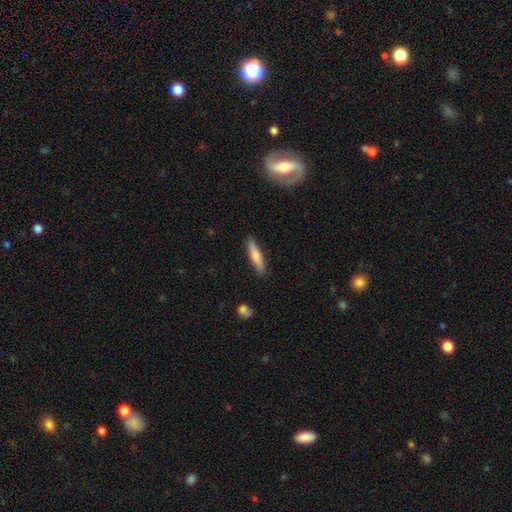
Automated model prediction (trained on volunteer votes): A smooth galaxy with no disk features (68%) that is cigar-shaped (82%).

Vote fractions:
- Smooth or featured? smooth: 68% / featured or disk: 27% / star or artifact: 6%
- How rounded? cigar-shaped: 82% / in between: 16% / round: 2%
- Merging? none: 88% / minor disturbance: 9% / major disturbance: 2% / merger: 1%